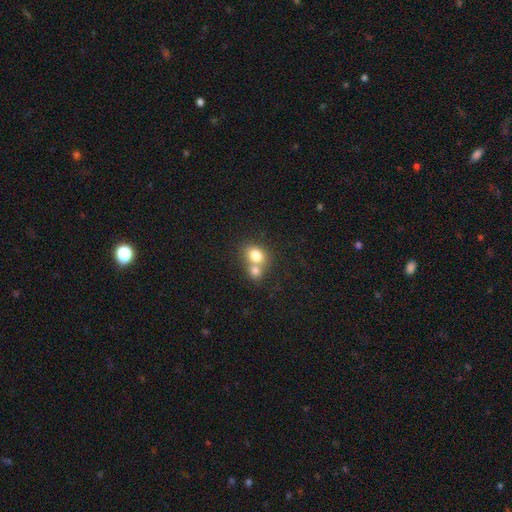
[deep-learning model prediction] smooth 77%, featured or disk 13%, star or artifact 10%. Down the decision tree: how rounded — round (57%); merging — merger (58%).